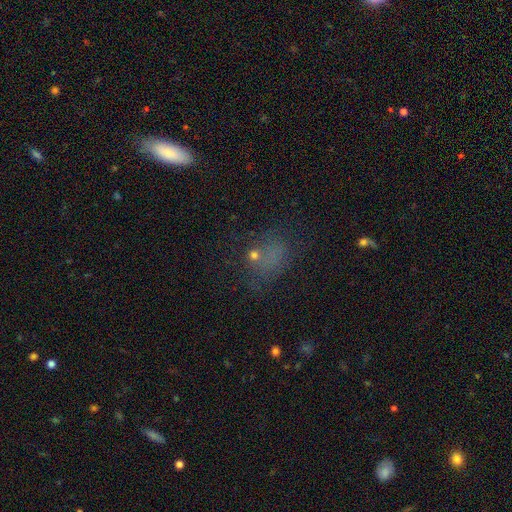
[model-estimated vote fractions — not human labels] Morphology: type=smooth (51%); roundness=in between (50%); merging=none (45%).